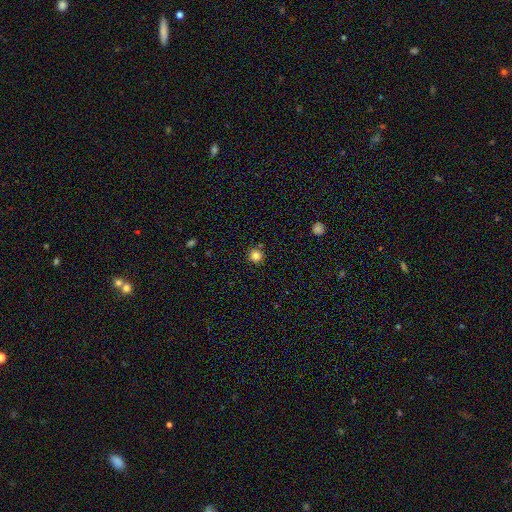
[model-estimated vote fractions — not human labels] smooth-or-featured: smooth: 83% | star or artifact: 12% | featured or disk: 5%
  how-rounded: round: 95% | in between: 4% | cigar-shaped: 1%
  merging: none: 88% | minor disturbance: 6% | merger: 4% | major disturbance: 2%